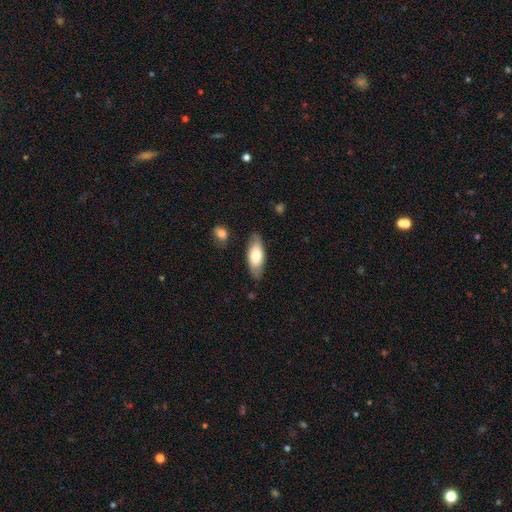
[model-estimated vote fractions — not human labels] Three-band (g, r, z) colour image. It shows a smooth galaxy with no disk features (71%) that is in between round and cigar-shaped (79%). Merging: none (82%).